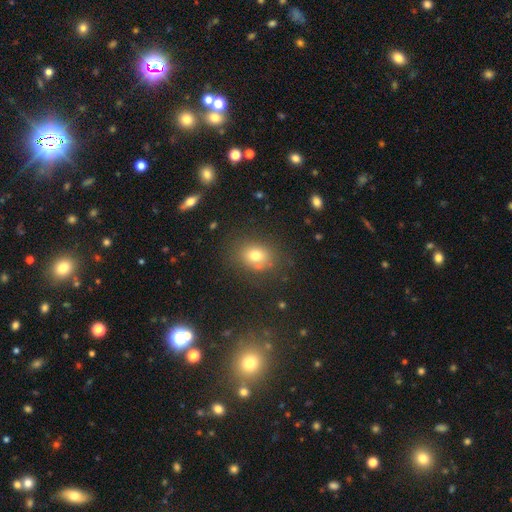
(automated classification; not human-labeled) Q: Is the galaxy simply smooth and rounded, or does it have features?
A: smooth — 75%.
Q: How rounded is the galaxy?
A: round — 51%.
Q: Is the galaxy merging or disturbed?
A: none — 76%.